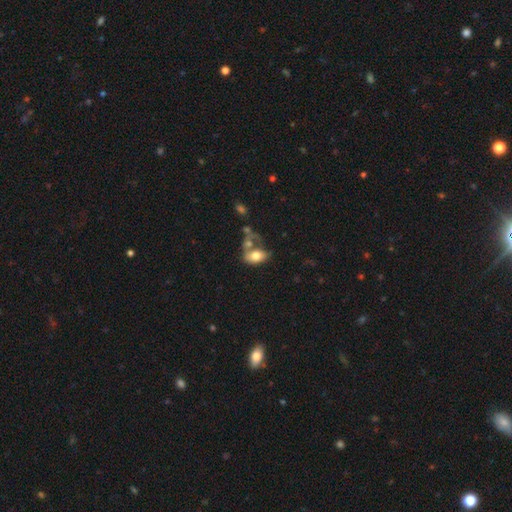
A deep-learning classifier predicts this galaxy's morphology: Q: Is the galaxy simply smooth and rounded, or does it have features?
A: smooth — 72%.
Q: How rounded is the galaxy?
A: in between — 88%.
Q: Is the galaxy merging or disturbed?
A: merger — 39%.